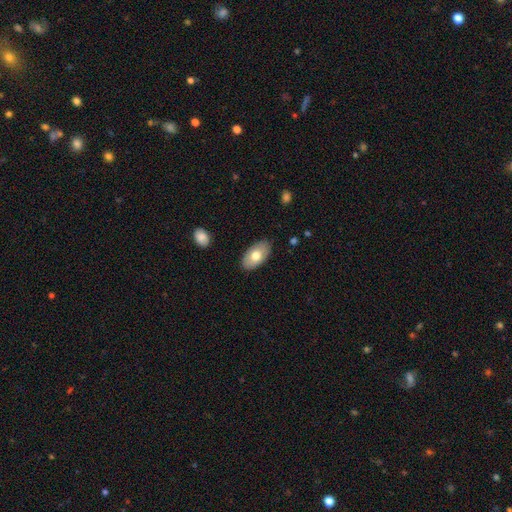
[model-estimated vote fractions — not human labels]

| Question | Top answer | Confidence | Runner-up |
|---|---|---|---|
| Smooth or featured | smooth | 70% | featured or disk (24%) |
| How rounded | in between | 95% | round (3%) |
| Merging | none | 86% | minor disturbance (11%) |